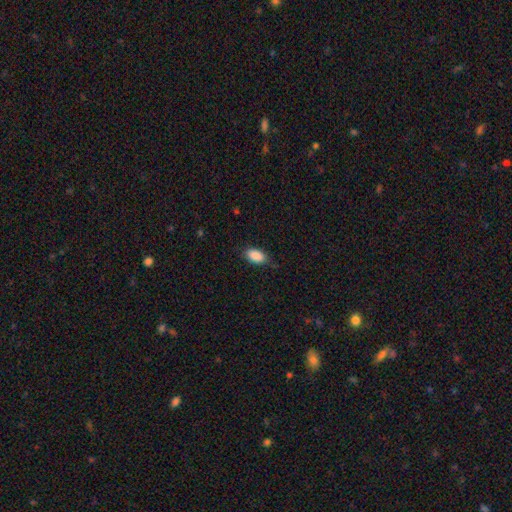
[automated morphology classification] smooth 90%, star or artifact 7%, featured or disk 3%. Down the decision tree: how rounded — in between (93%); merging — none (79%).